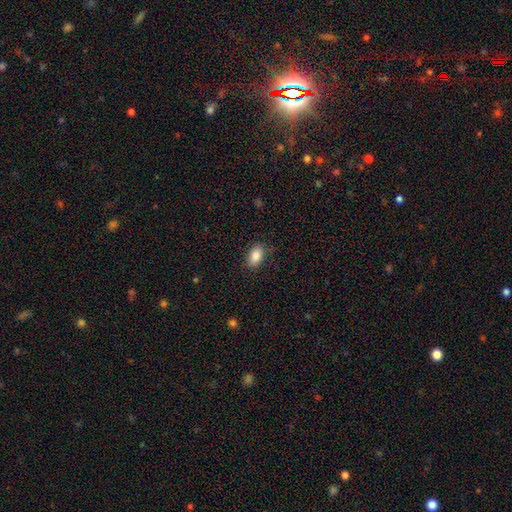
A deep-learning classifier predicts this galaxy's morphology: Smooth or featured?
  - smooth: 87% *
  - star or artifact: 8%
  - featured or disk: 5%
How rounded?
  - in between: 88% *
  - round: 10%
  - cigar-shaped: 2%
Merging?
  - none: 84% *
  - minor disturbance: 12%
  - major disturbance: 3%
  - merger: 1%